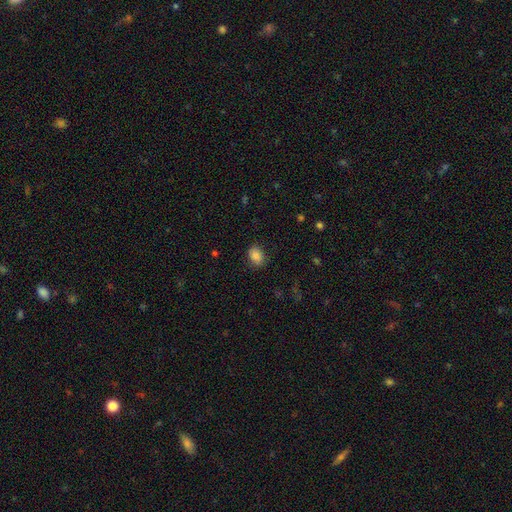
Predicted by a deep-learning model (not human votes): smooth_or_featured: smooth (p=0.85) [alt: star or artifact p=0.09]
how_rounded: in between (p=0.71) [alt: round p=0.28]
merging: none (p=0.85) [alt: minor disturbance p=0.11]